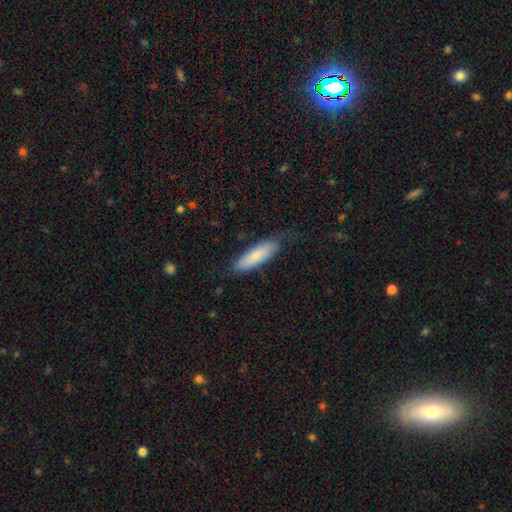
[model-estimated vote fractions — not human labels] A smooth galaxy with no disk features (74%) that is cigar-shaped (57%). Merging: none (67%).